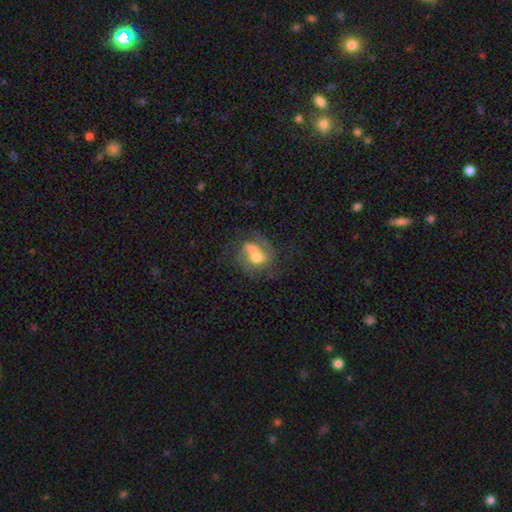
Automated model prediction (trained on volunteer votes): Smooth or featured: featured or disk — 57% (smooth — 33%)
Edge-on disk: no — 96% (yes — 4%)
Bar: no — 61% (weak — 29%)
Spiral arms: yes — 61% (no — 39%)
Bulge size: moderate — 56% (small — 21%)
Merging: none — 39% (major disturbance — 23%)